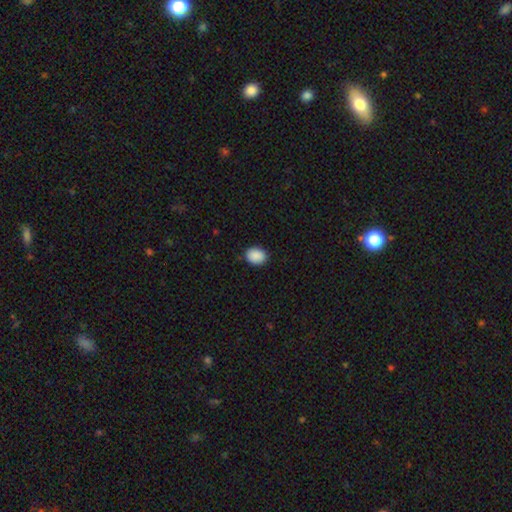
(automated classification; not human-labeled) The model was most divided on "how rounded": in between: 61%, round: 38%, cigar-shaped: 1%. More confident: smooth or featured — smooth (90%); merging — none (87%).